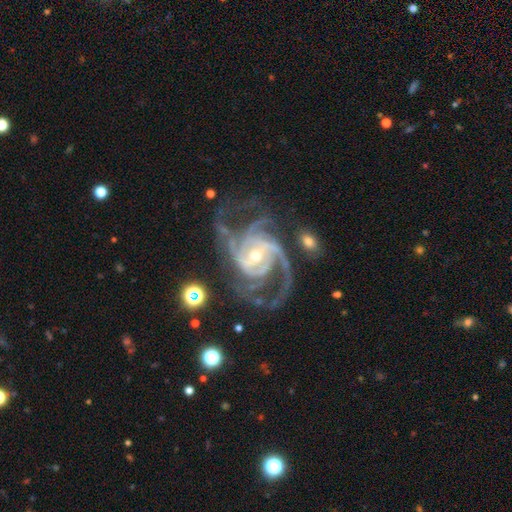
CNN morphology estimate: This appears to be a featured or disk galaxy (93%) with a weak bar (39%), 3 (35%) medium (52%) spiral arms (98%) and a small central bulge (59%). Merging: none (56%).